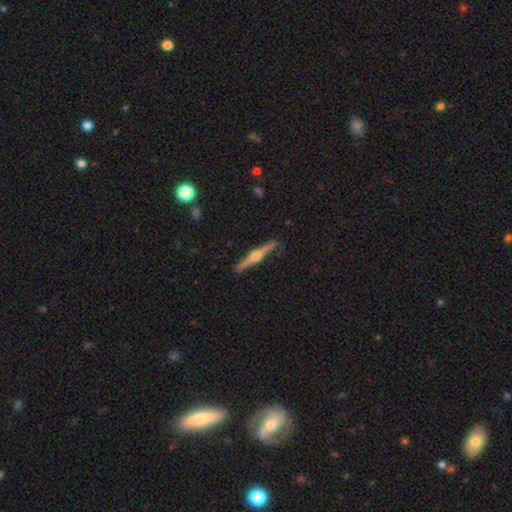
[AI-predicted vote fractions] Smooth or featured? featured or disk (82%)
Edge-on disk? yes (98%)
Edge-on bulge? rounded (94%)
Merging? none (91%)